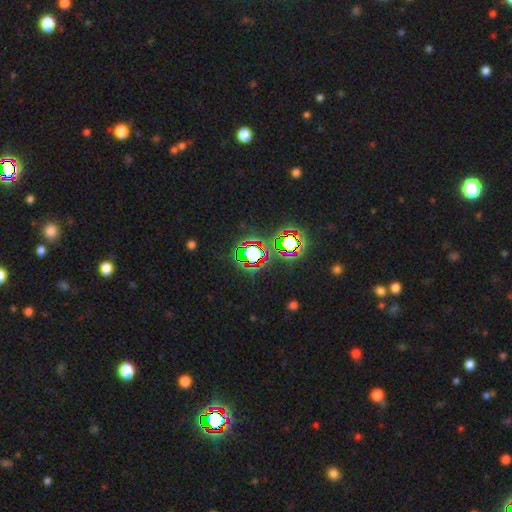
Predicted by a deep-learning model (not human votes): This appears to be a star or artifact, not a galaxy (78%).